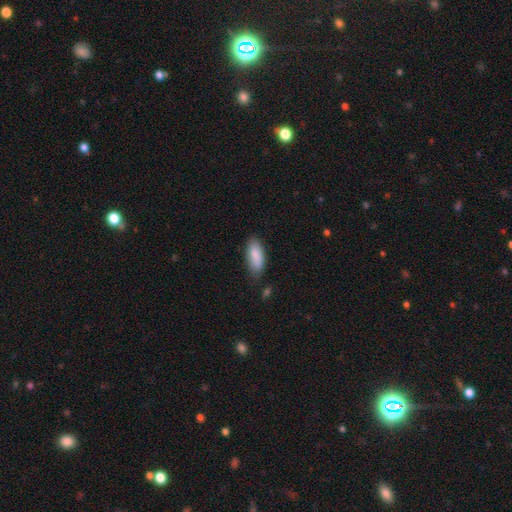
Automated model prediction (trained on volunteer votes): This is clearly a smooth galaxy (87%). How rounded: clearly in between (82%). Merging: likely none (75%).